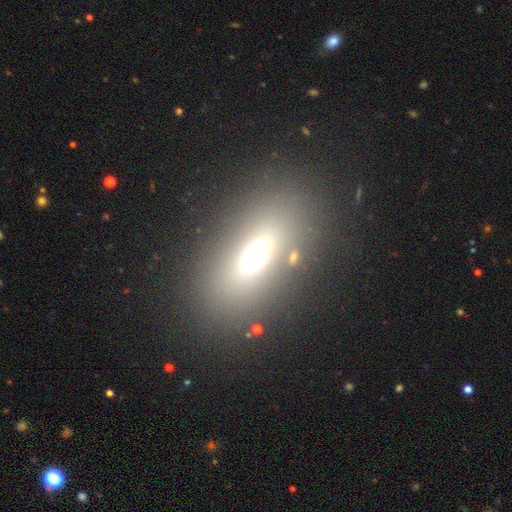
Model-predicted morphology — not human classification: The model was most divided on "smooth or featured": smooth: 58%, featured or disk: 21%, star or artifact: 20%. More confident: merging — none (80%); how rounded — in between (80%).